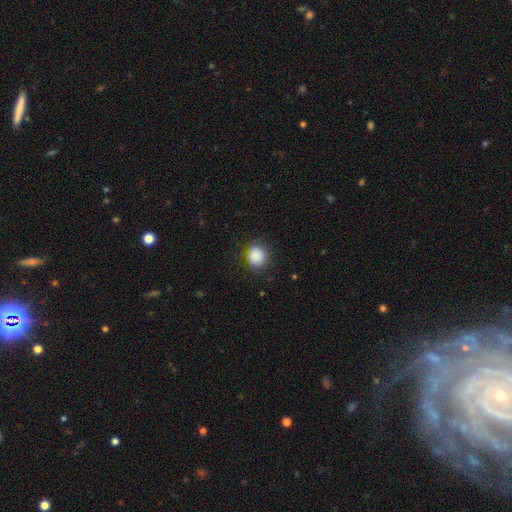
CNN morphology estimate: The model was most divided on "how rounded": round: 84%, in between: 15%, cigar-shaped: 1%. More confident: smooth or featured — smooth (88%); merging — none (83%).